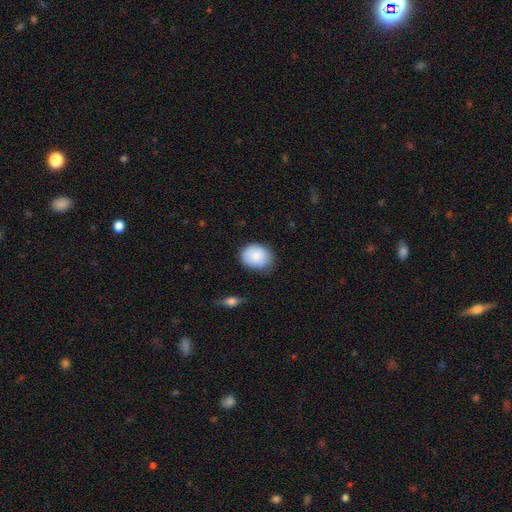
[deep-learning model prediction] Smooth or featured: smooth — 82% (featured or disk — 11%)
How rounded: round — 54% (in between — 45%)
Merging: none — 71% (minor disturbance — 23%)